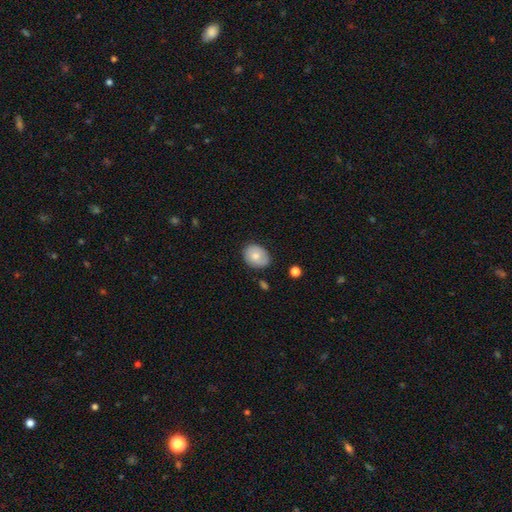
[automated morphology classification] This appears to be a smooth galaxy with no disk features (73%) that is in between round and cigar-shaped (50%). Merging: none (78%).